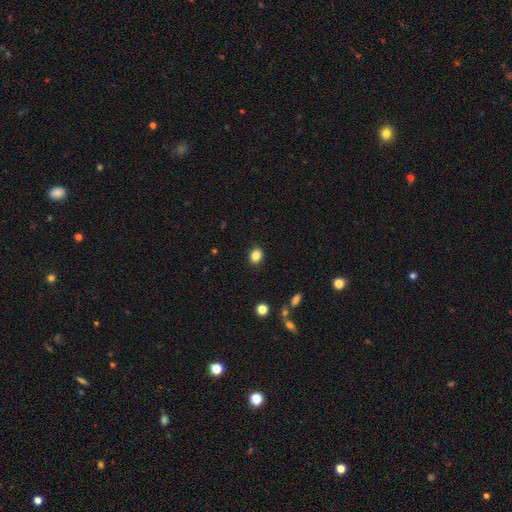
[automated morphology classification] A smooth galaxy with no disk features (84%) that is round (61%). Merging: none (90%).